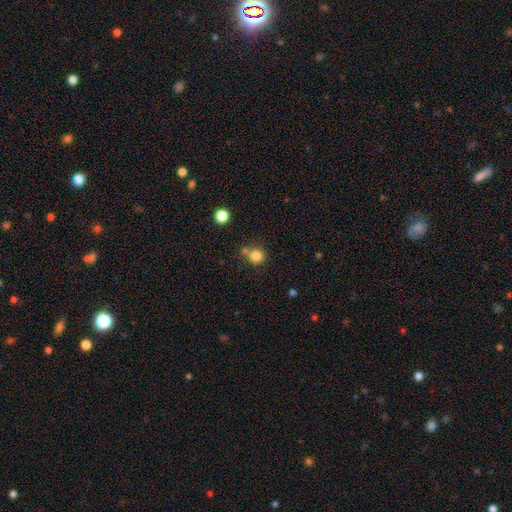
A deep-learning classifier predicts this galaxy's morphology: smooth-or-featured: smooth: 82% | star or artifact: 12% | featured or disk: 6%
  how-rounded: round: 90% | in between: 9% | cigar-shaped: 1%
  merging: none: 65% | merger: 21% | minor disturbance: 10% | major disturbance: 4%